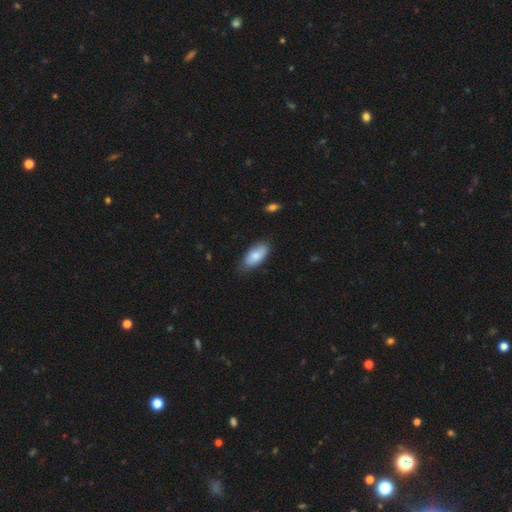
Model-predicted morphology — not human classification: Smooth or featured: smooth — 83% (featured or disk — 11%)
How rounded: in between — 90% (cigar-shaped — 8%)
Merging: none — 75% (minor disturbance — 20%)